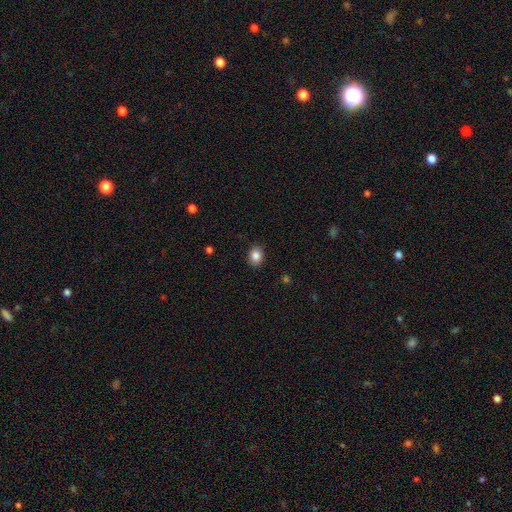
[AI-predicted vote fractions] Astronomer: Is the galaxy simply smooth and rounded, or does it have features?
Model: smooth — 86%.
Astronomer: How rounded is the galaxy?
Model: round — 51% (runner-up: in between, 48%).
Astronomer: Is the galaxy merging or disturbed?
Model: none — 90%.